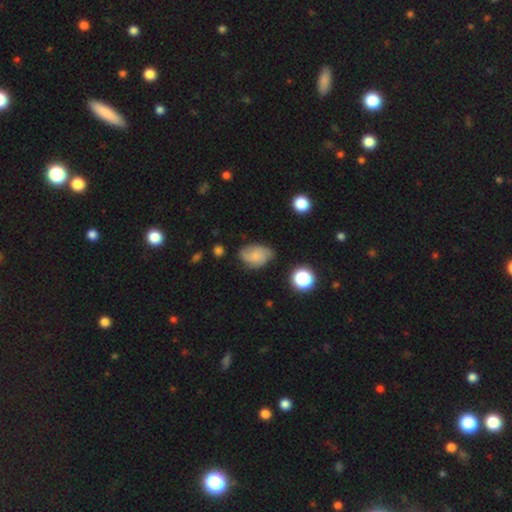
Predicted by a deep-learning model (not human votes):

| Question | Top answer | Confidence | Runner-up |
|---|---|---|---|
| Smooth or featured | smooth | 56% | featured or disk (34%) |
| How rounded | in between | 81% | round (18%) |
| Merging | none | 58% | minor disturbance (30%) |